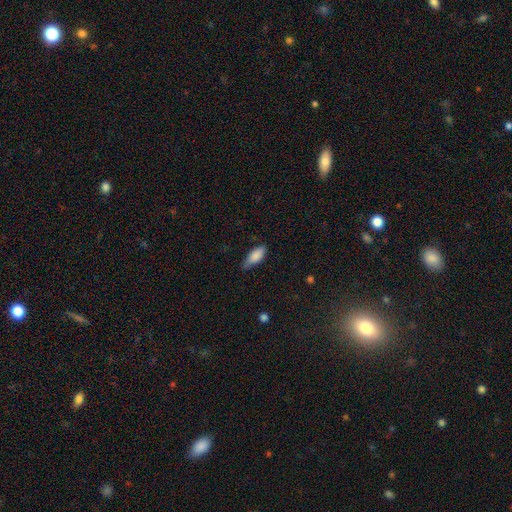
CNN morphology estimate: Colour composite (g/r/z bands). It shows a smooth galaxy with no disk features (86%) that is in between round and cigar-shaped (83%). Merging: none (65%).